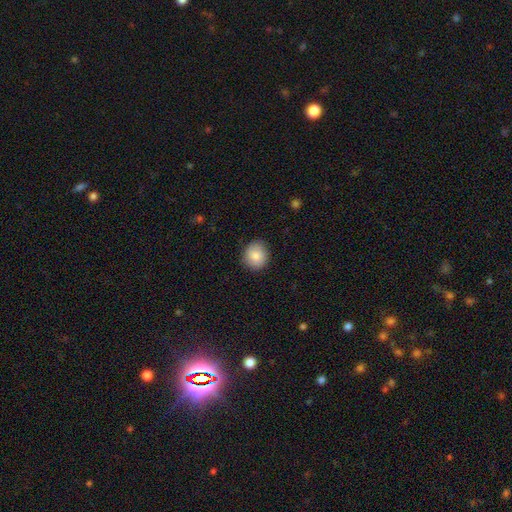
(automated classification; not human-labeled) Smooth or featured? Predicted: smooth (p=0.85). How rounded? Predicted: round (p=0.80). Merging? Predicted: none (p=0.87).